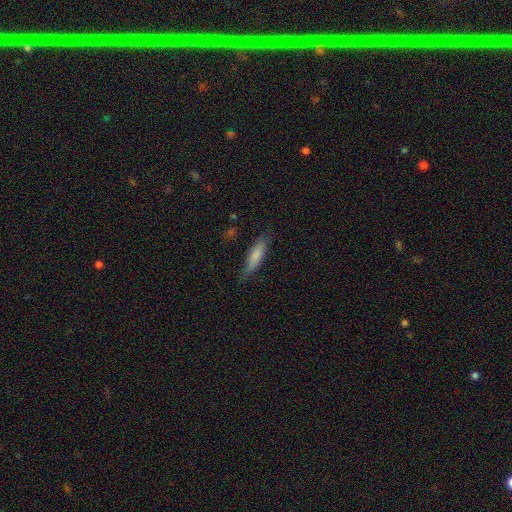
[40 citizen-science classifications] Q: Smooth or featured?
A: smooth (62%); runner-up: featured or disk (25%)
Q: How rounded?
A: cigar-shaped (80%); runner-up: in between (20%)
Q: Merging?
A: none (80%); runner-up: major disturbance (11%)